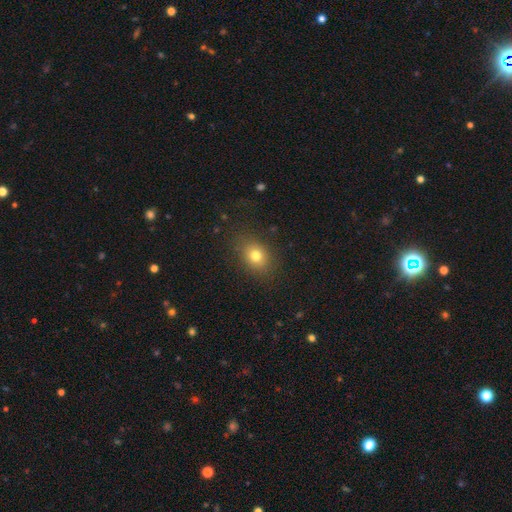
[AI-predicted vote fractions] This appears to be a smooth galaxy with no disk features (77%) that is in between round and cigar-shaped (57%). Merging: none (82%).